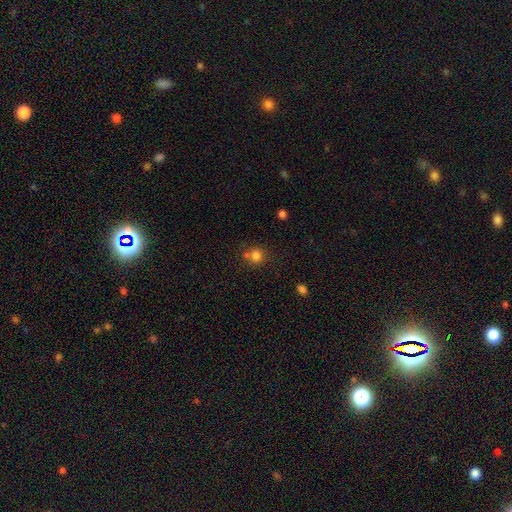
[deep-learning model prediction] Smooth or featured? Predicted: smooth (p=0.79). How rounded? Predicted: round (p=0.85). Merging? Predicted: none (p=0.61).